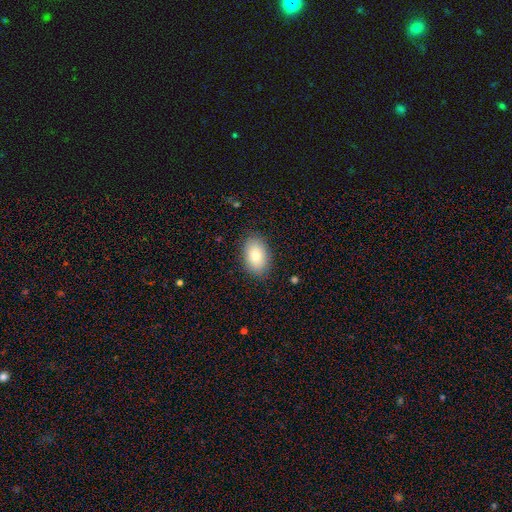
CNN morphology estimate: Smooth or featured?
  - smooth: 79% *
  - featured or disk: 13%
  - star or artifact: 8%
How rounded?
  - in between: 88% *
  - round: 10%
  - cigar-shaped: 1%
Merging?
  - none: 86% *
  - minor disturbance: 10%
  - major disturbance: 3%
  - merger: 1%